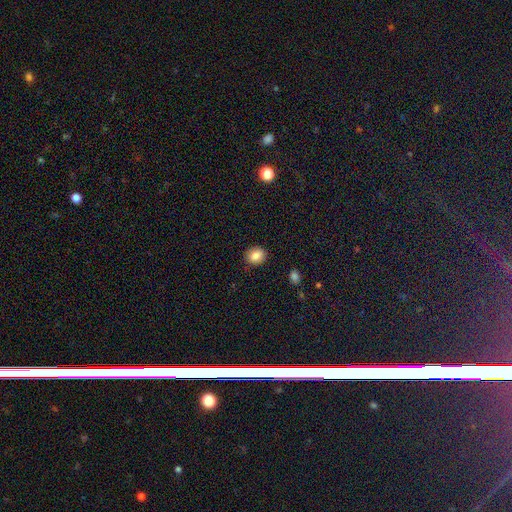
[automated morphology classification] type=smooth (83%); roundness=round (68%); merging=none (88%).